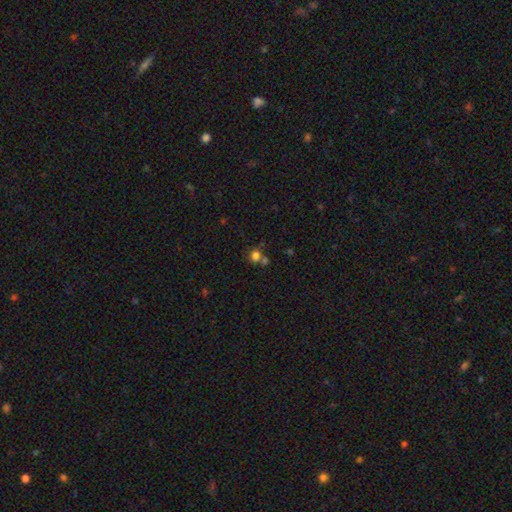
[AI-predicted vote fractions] smooth-or-featured: smooth: 77% | star or artifact: 16% | featured or disk: 7%
  how-rounded: round: 78% | in between: 21% | cigar-shaped: 1%
  merging: none: 56% | merger: 28% | minor disturbance: 10% | major disturbance: 5%